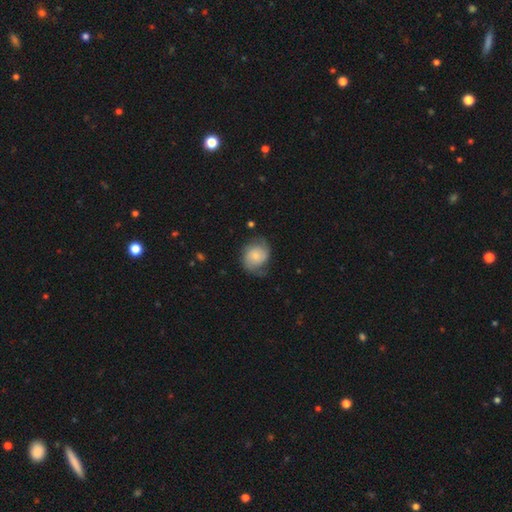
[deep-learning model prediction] A featured or disk galaxy (53%) with no bar (76%), spiral arms (88%) and a small central bulge (56%). Merging: none (60%).